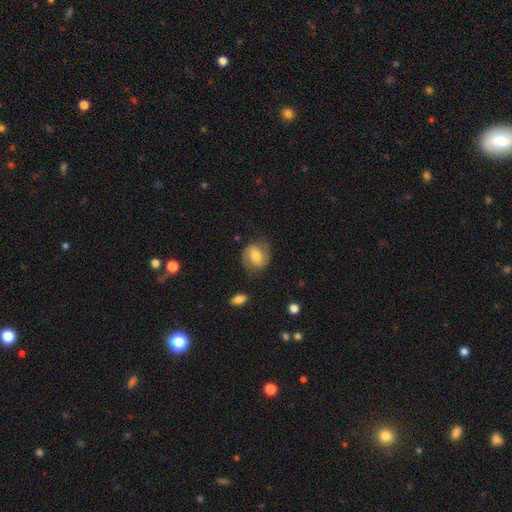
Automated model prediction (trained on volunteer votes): The model was most divided on "smooth or featured": smooth: 48%, featured or disk: 44%, star or artifact: 8%. More confident: merging — none (69%).